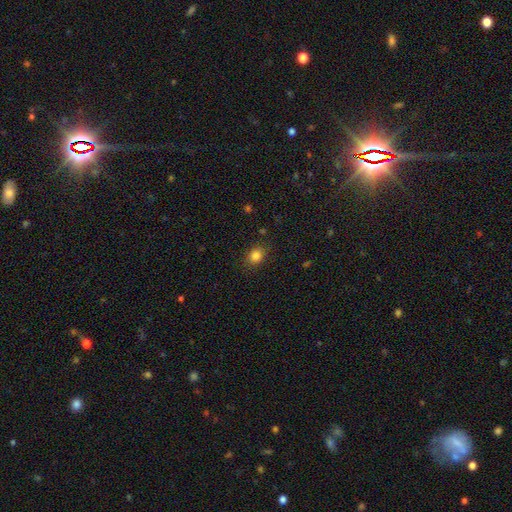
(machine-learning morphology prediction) A smooth galaxy with no disk features (83%) that is round (57%). Merging: none (85%).